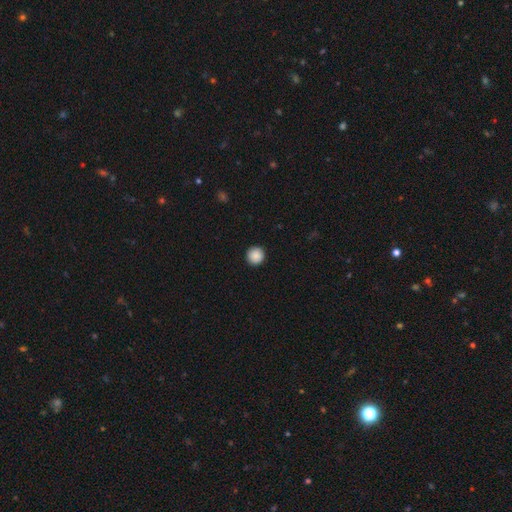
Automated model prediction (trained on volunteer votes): Smooth or featured? Predicted: smooth (p=0.89). How rounded? Predicted: round (p=0.96). Merging? Predicted: none (p=0.93).